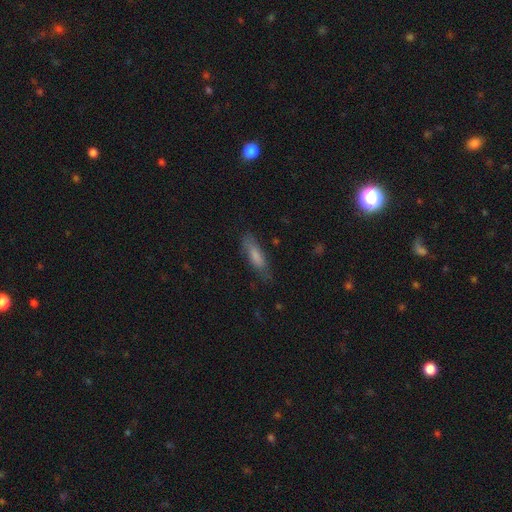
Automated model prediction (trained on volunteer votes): Overall: smooth (71%). How rounded: cigar-shaped (59%; in between 39%). Merging: none (73%).